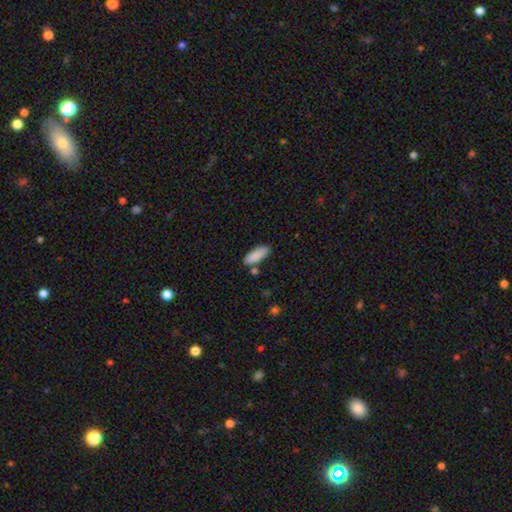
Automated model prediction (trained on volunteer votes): The model was most divided on "how rounded": in between: 70%, cigar-shaped: 28%, round: 2%. More confident: smooth or featured — smooth (88%); merging — none (75%).